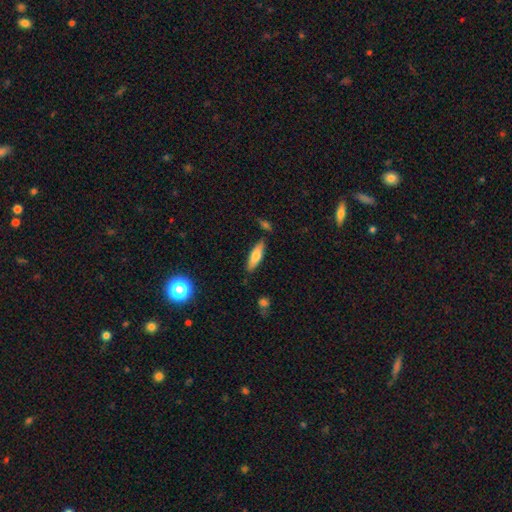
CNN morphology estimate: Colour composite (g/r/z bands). It shows a smooth galaxy with no disk features (72%) that is cigar-shaped (54%). Merging: none (82%).